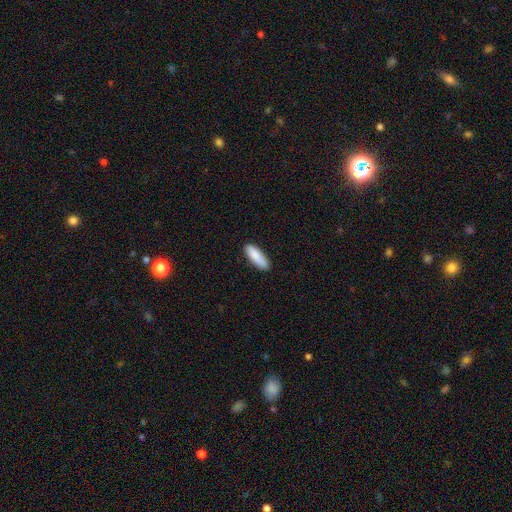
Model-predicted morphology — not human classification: smooth 87%, featured or disk 7%, star or artifact 6%. Down the decision tree: how rounded — in between (50%); merging — none (84%).